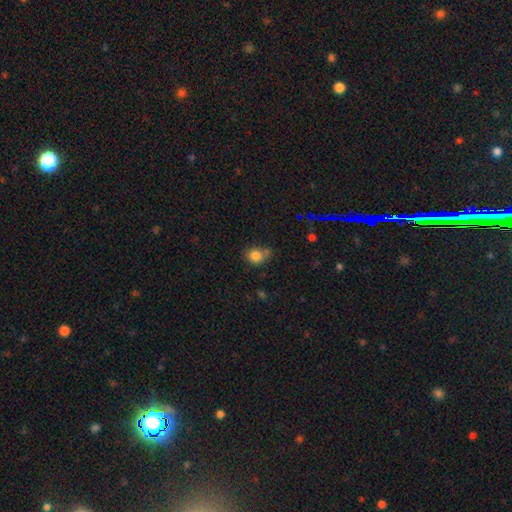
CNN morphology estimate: type=smooth (81%); roundness=round (74%); merging=none (58%).